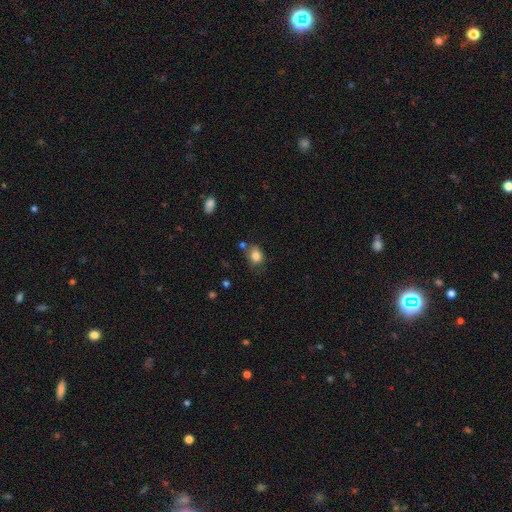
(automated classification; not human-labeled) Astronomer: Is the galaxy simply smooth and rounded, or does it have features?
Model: smooth — 84%.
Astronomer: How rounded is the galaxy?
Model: in between — 54% (runner-up: round, 45%).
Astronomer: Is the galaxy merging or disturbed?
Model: none — 63%.